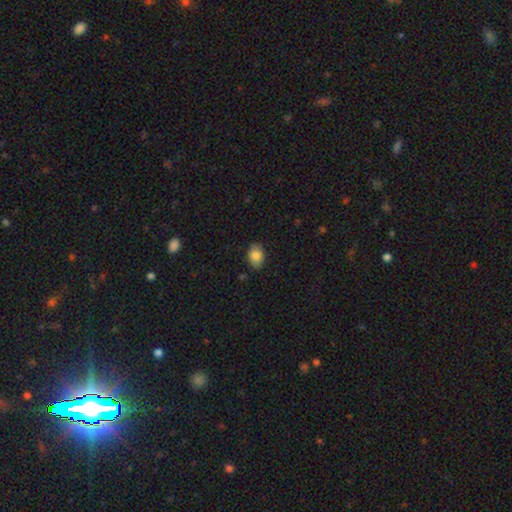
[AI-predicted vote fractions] Smooth or featured? smooth (84%)
How rounded? in between (81%)
Merging? none (86%)